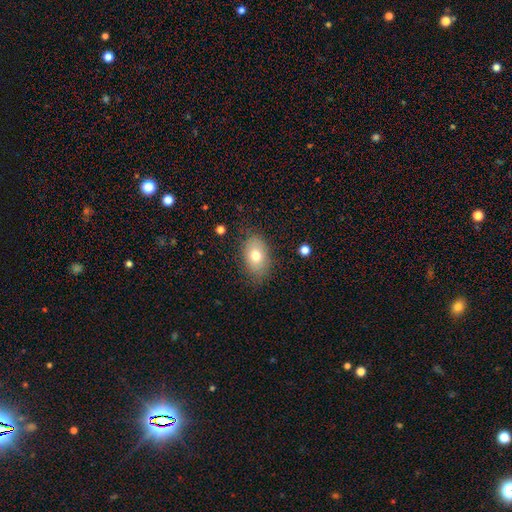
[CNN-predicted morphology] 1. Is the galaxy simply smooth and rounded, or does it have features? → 74% smooth, 17% featured or disk, 9% star or artifact.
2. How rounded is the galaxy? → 85% in between, 14% round, 1% cigar-shaped.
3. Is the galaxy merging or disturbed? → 80% none, 15% minor disturbance, 4% major disturbance, 1% merger.